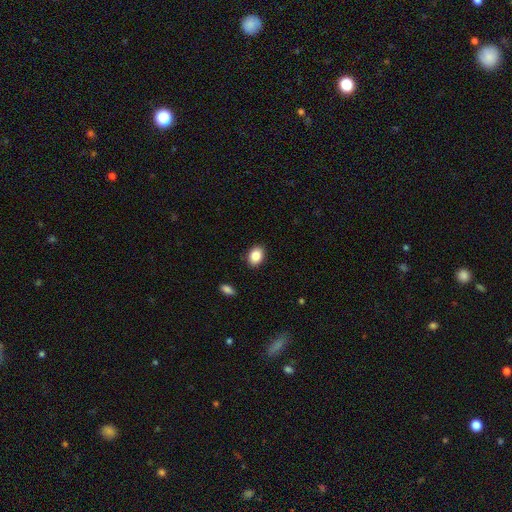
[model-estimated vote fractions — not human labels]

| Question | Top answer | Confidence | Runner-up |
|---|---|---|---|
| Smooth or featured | smooth | 86% | star or artifact (8%) |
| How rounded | in between | 74% | round (25%) |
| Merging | none | 89% | minor disturbance (8%) |